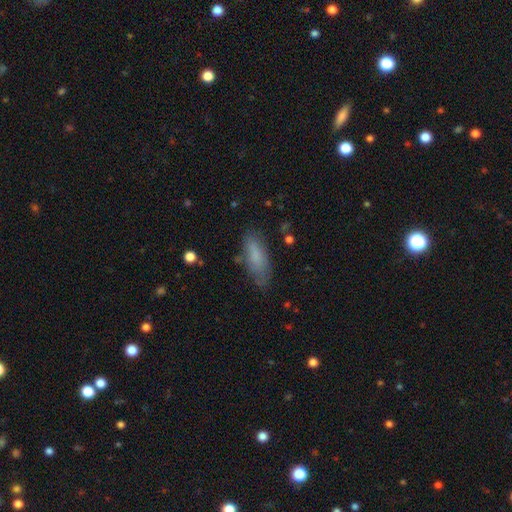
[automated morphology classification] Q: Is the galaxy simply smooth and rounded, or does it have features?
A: smooth — 77%.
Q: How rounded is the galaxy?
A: in between — 61%.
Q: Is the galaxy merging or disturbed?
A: none — 71%.